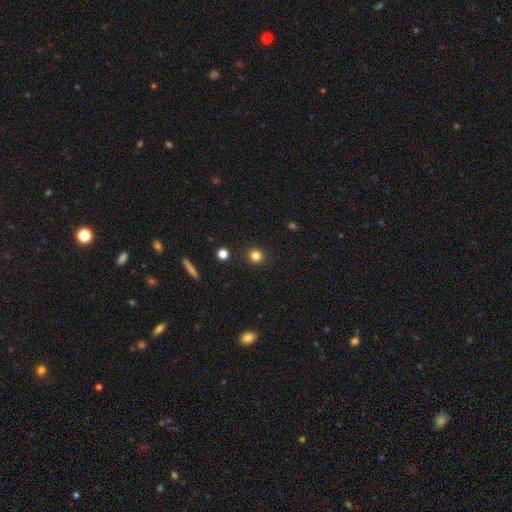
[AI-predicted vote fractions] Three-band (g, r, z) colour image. It shows a smooth galaxy with no disk features (82%) that is round (90%). Merging: none (91%).